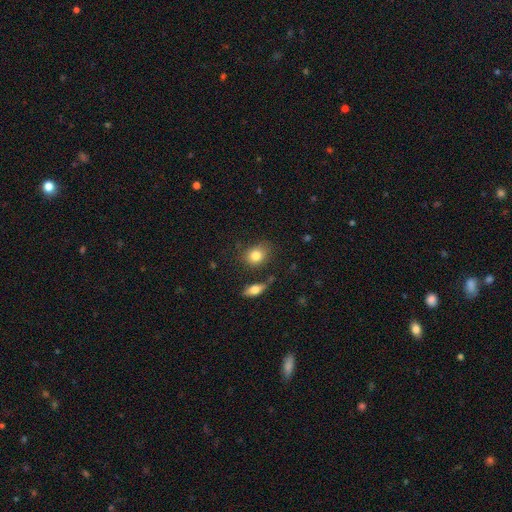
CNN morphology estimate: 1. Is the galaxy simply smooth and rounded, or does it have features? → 82% smooth, 10% featured or disk, 8% star or artifact.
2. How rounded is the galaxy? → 54% in between, 44% round, 2% cigar-shaped.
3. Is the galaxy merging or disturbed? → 72% none, 17% minor disturbance, 6% merger, 5% major disturbance.